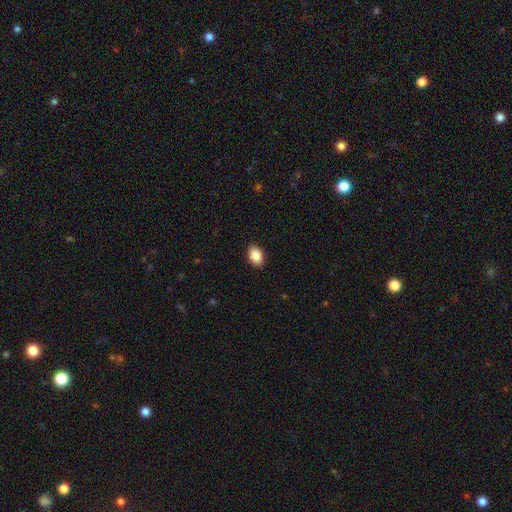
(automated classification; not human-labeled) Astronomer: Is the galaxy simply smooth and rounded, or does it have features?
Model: smooth — 87%.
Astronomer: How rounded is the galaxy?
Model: in between — 85%.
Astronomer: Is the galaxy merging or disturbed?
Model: none — 91%.